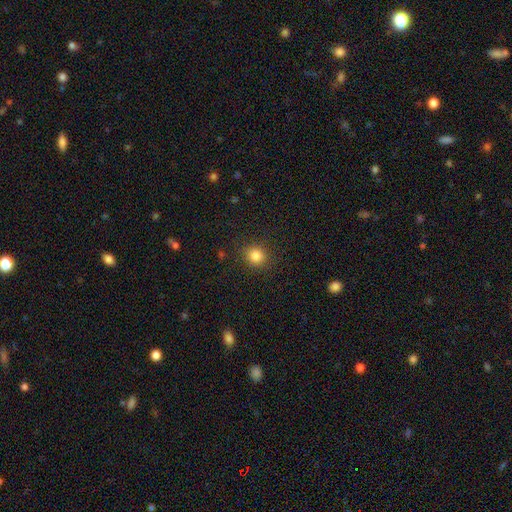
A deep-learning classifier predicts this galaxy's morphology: A smooth galaxy with no disk features (84%) that is round (84%). Merging: none (88%).